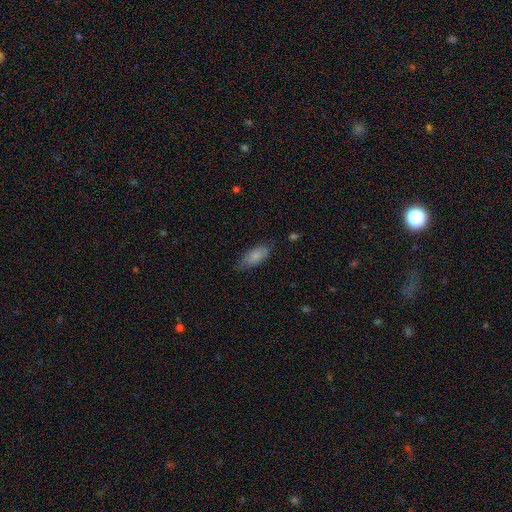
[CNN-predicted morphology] smooth-or-featured: smooth: 81% | featured or disk: 12% | star or artifact: 6%
  how-rounded: in between: 85% | cigar-shaped: 12% | round: 2%
  merging: none: 70% | minor disturbance: 24% | major disturbance: 5% | merger: 2%